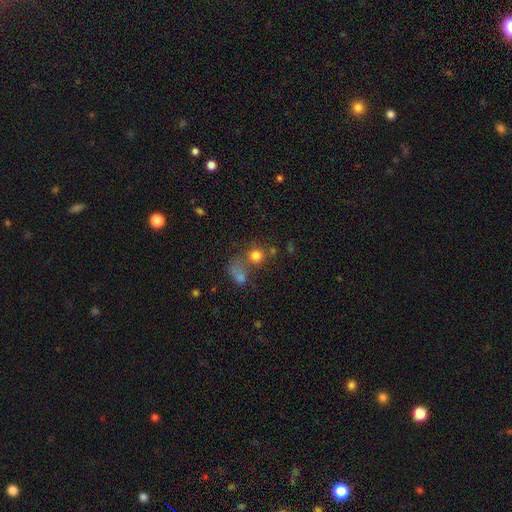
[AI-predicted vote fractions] smooth_or_featured: smooth (p=0.75) [alt: star or artifact p=0.14]
how_rounded: round (p=0.81) [alt: in between p=0.18]
merging: none (p=0.45) [alt: merger p=0.32]